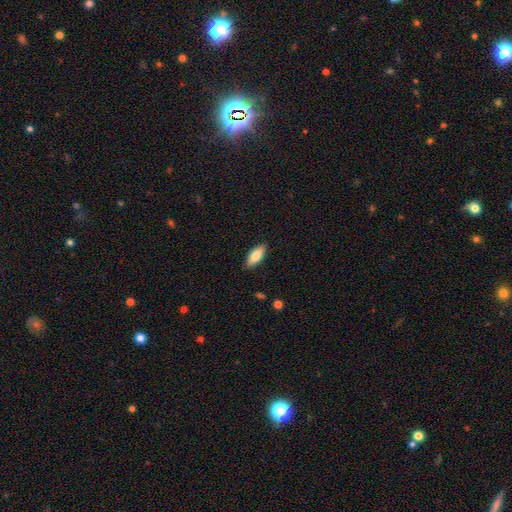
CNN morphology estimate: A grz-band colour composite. It shows a smooth galaxy with no disk features (78%) that is in between round and cigar-shaped (79%). Merging: none (88%).